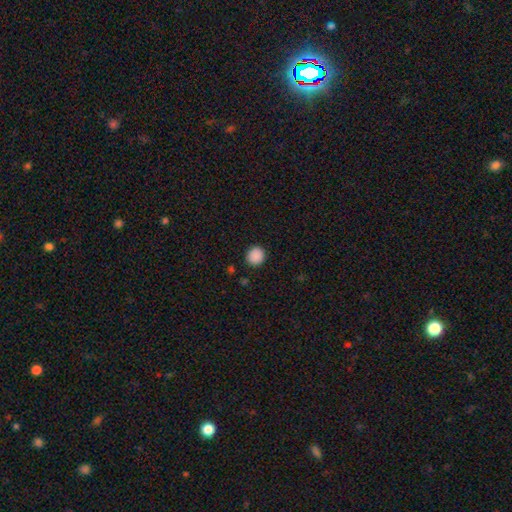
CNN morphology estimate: This is clearly a smooth galaxy (89%). How rounded: clearly round (89%). Merging: clearly none (90%).